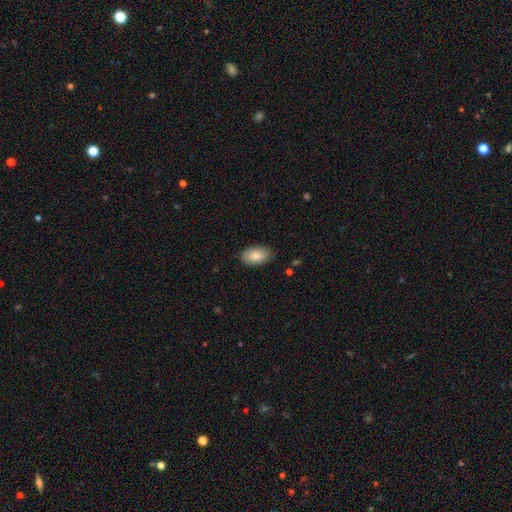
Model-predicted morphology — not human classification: Smooth or featured?
  - smooth: 84% *
  - featured or disk: 10%
  - star or artifact: 6%
How rounded?
  - in between: 94% *
  - round: 5%
  - cigar-shaped: 1%
Merging?
  - none: 86% *
  - minor disturbance: 10%
  - major disturbance: 2%
  - merger: 1%